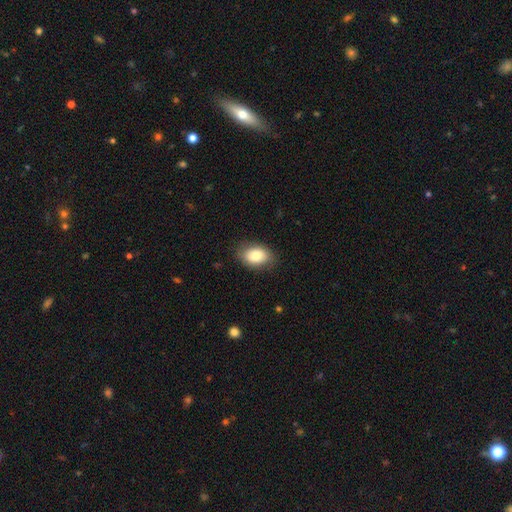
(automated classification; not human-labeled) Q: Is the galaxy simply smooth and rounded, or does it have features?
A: smooth — 82%.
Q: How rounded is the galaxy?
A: in between — 87%.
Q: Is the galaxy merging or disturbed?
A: none — 82%.